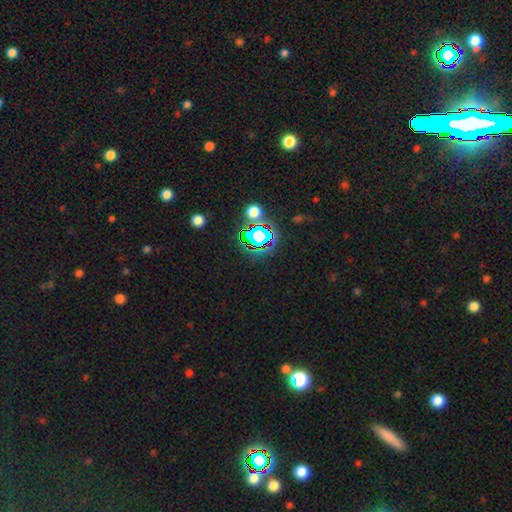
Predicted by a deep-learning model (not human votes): A star or artifact, not a galaxy (77%).